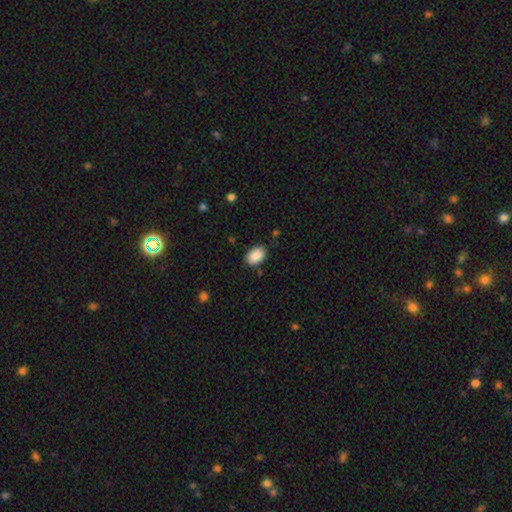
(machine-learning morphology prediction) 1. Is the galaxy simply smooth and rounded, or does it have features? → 89% smooth, 7% star or artifact, 4% featured or disk.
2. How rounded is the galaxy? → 87% in between, 12% round, 1% cigar-shaped.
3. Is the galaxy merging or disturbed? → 86% none, 10% minor disturbance, 2% major disturbance, 1% merger.